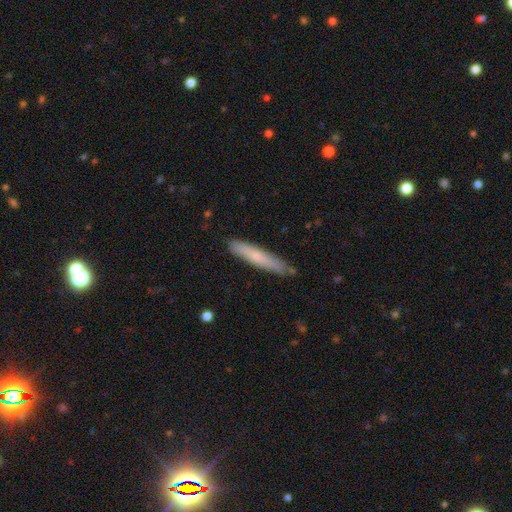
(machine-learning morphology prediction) A smooth galaxy with no disk features (70%) that is cigar-shaped (93%).

Vote fractions:
- Smooth or featured? smooth: 70% / featured or disk: 24% / star or artifact: 6%
- How rounded? cigar-shaped: 93% / in between: 6% / round: 1%
- Merging? none: 84% / minor disturbance: 12% / merger: 2% / major disturbance: 2%